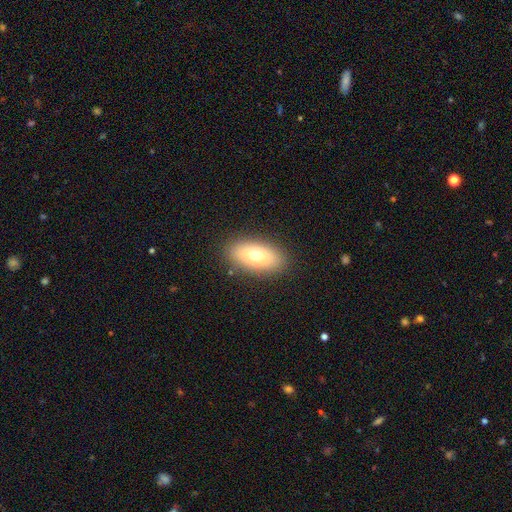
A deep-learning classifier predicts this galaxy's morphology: smooth-or-featured: smooth: 70% | featured or disk: 21% | star or artifact: 9%
  how-rounded: in between: 88% | cigar-shaped: 6% | round: 6%
  merging: none: 88% | minor disturbance: 8% | major disturbance: 3% | merger: 1%